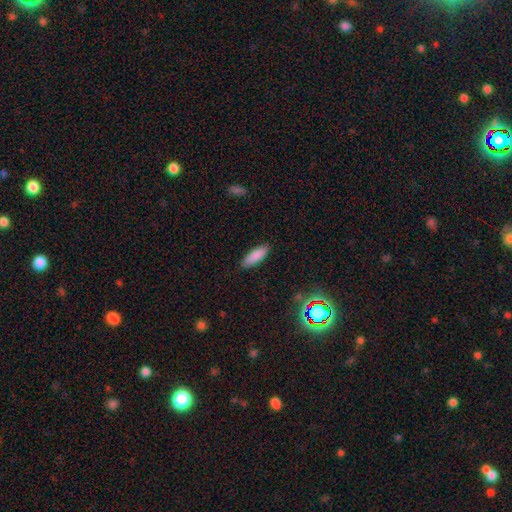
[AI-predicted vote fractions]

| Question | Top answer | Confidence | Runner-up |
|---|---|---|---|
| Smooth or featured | smooth | 86% | star or artifact (8%) |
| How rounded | in between | 55% | cigar-shaped (43%) |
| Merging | none | 88% | minor disturbance (9%) |